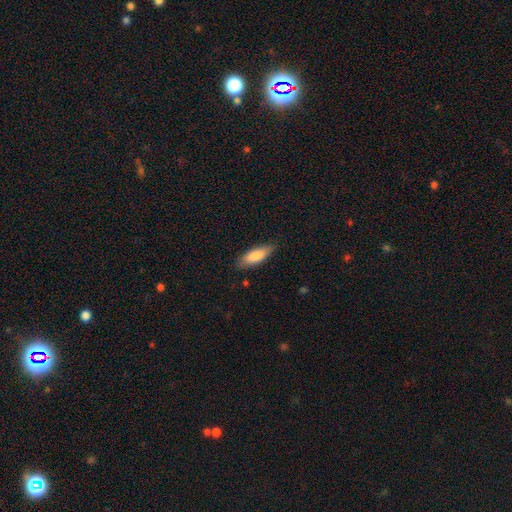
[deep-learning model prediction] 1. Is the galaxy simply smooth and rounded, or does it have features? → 85% smooth, 10% featured or disk, 6% star or artifact.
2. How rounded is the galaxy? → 62% in between, 37% cigar-shaped, 2% round.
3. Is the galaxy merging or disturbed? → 81% none, 15% minor disturbance, 3% major disturbance, 1% merger.